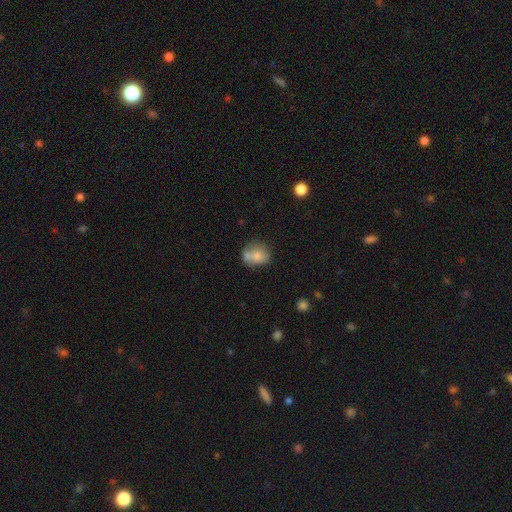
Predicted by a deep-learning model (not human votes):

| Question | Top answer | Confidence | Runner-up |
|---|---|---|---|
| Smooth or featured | smooth | 71% | featured or disk (20%) |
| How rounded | round | 63% | in between (36%) |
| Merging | none | 39% | merger (38%) |